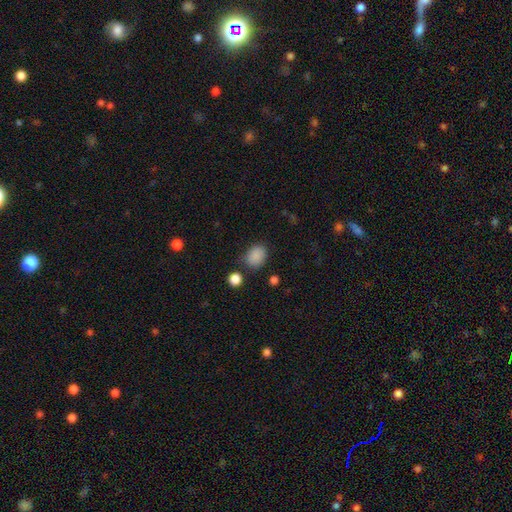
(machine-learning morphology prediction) smooth-or-featured: smooth: 85% | star or artifact: 11% | featured or disk: 4%
  how-rounded: in between: 58% | round: 41% | cigar-shaped: 1%
  merging: none: 73% | minor disturbance: 17% | major disturbance: 5% | merger: 5%